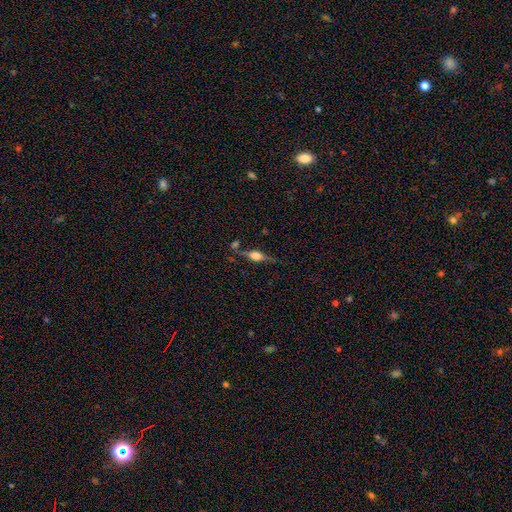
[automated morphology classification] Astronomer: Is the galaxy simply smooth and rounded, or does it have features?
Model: featured or disk — 75%.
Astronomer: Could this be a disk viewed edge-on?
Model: yes — 96%.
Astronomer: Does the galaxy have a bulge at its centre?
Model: rounded — 90%.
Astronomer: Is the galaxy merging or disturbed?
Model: none — 75%.